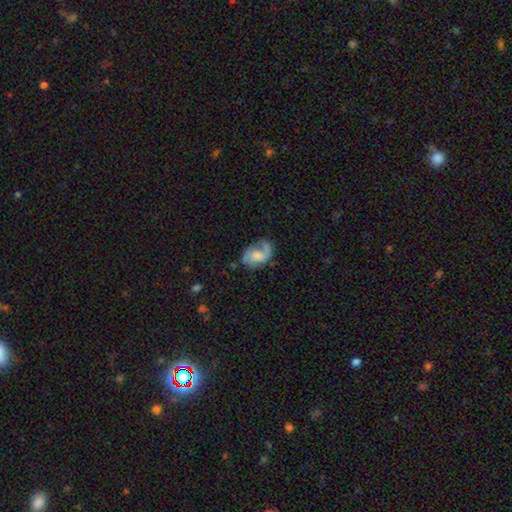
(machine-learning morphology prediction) The model was most divided on "spiral winding": medium: 44%, loose: 36%, tight: 20%. Remaining: edge-on disk — no (97%); spiral arms — yes (87%); spiral arm count — 2 (66%); smooth or featured — featured or disk (63%); bar — no (56%); merging — none (55%); bulge size — moderate (37%).